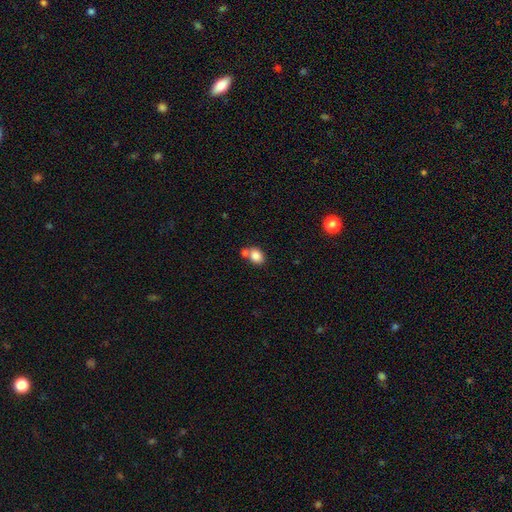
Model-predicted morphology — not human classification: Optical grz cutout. It shows a smooth galaxy with no disk features (84%) that is in between round and cigar-shaped (61%). Merging: none (52%).